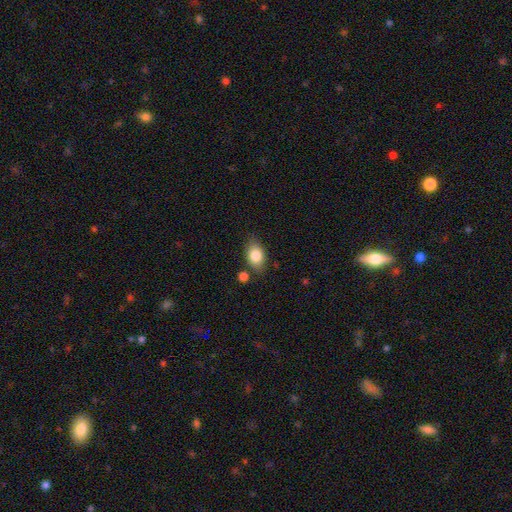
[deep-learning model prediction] Overall: smooth (82%). How rounded: in between (81%). Merging: none (75%).